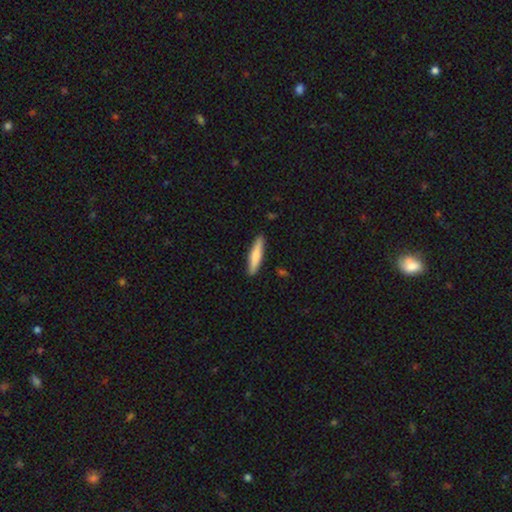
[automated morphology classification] A smooth galaxy with no disk features (74%) that is cigar-shaped (85%).

Vote fractions:
- Smooth or featured? smooth: 74% / featured or disk: 21% / star or artifact: 5%
- How rounded? cigar-shaped: 85% / in between: 13% / round: 1%
- Merging? none: 89% / minor disturbance: 8% / major disturbance: 1% / merger: 1%